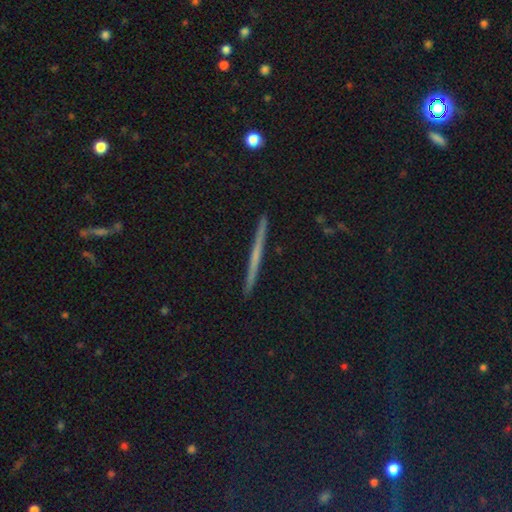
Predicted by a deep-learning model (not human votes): Smooth or featured? Predicted: featured or disk (p=0.53). Edge-on disk? Predicted: yes (p=0.97). Edge-on bulge? Predicted: none (p=0.82). Merging? Predicted: none (p=0.93).